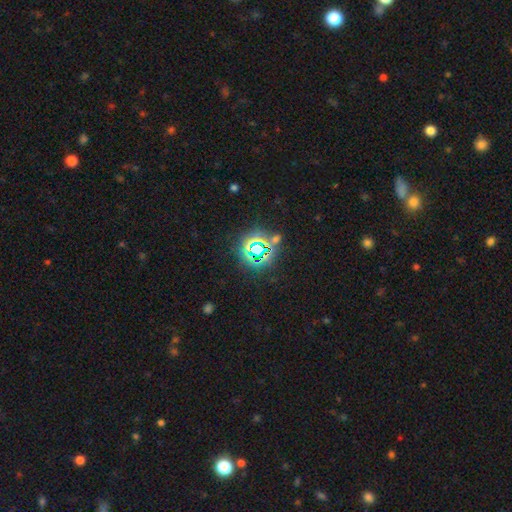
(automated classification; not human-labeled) Smooth or featured: star or artifact — 76% (smooth — 15%)